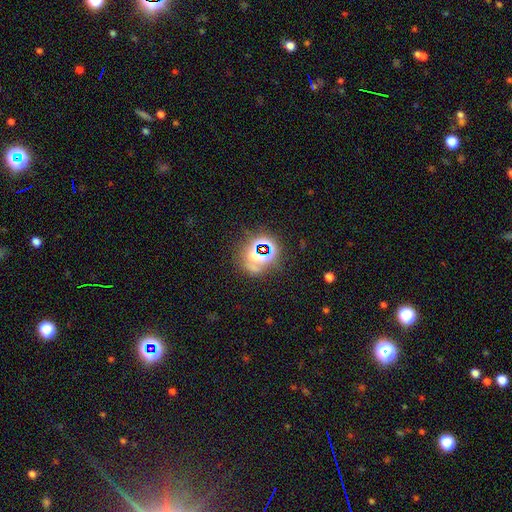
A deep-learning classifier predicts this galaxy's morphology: Q: Smooth or featured?
A: star or artifact (63%); runner-up: smooth (25%)